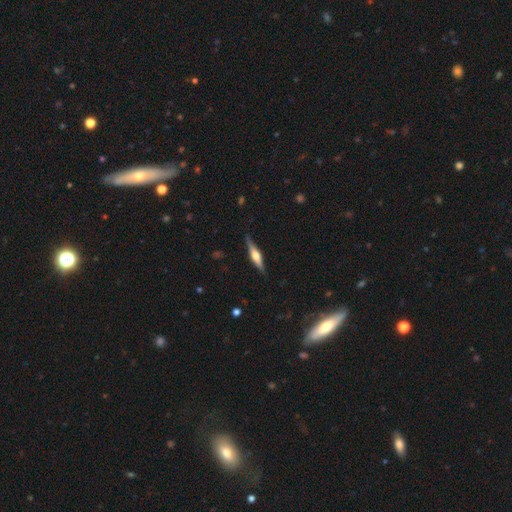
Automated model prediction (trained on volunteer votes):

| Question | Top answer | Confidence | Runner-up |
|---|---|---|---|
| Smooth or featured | featured or disk | 67% | smooth (28%) |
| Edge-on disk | yes | 97% | no (3%) |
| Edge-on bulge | rounded | 89% | boxy (8%) |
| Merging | none | 87% | minor disturbance (9%) |